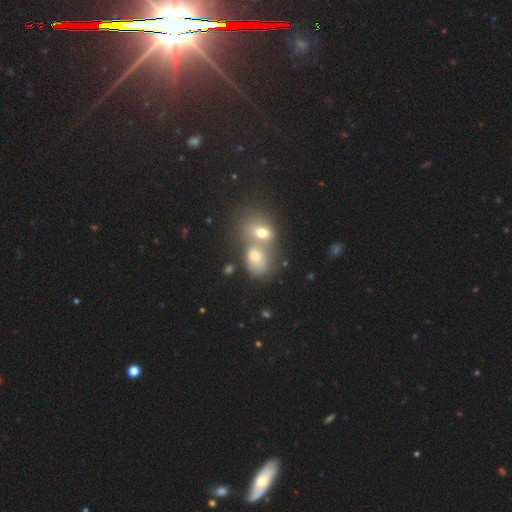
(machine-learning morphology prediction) A smooth galaxy with no disk features (62%) that is in between round and cigar-shaped (58%).

Vote fractions:
- Smooth or featured? smooth: 62% / featured or disk: 22% / star or artifact: 17%
- How rounded? in between: 58% / round: 40% / cigar-shaped: 2%
- Merging? merger: 67% / none: 23% / minor disturbance: 6% / major disturbance: 4%